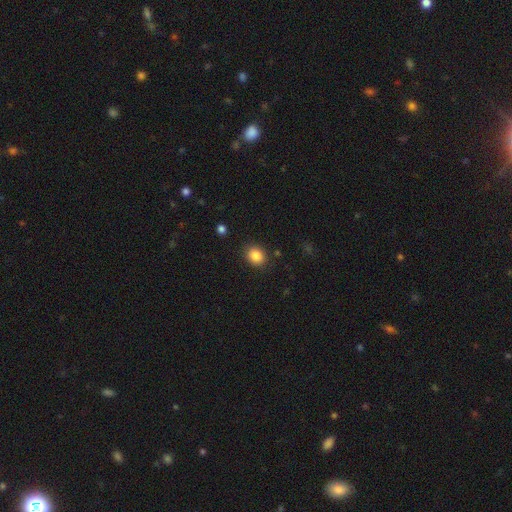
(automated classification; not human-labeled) smooth_or_featured: smooth (p=0.86) [alt: star or artifact p=0.10]
how_rounded: round (p=0.62) [alt: in between p=0.37]
merging: none (p=0.87) [alt: minor disturbance p=0.09]